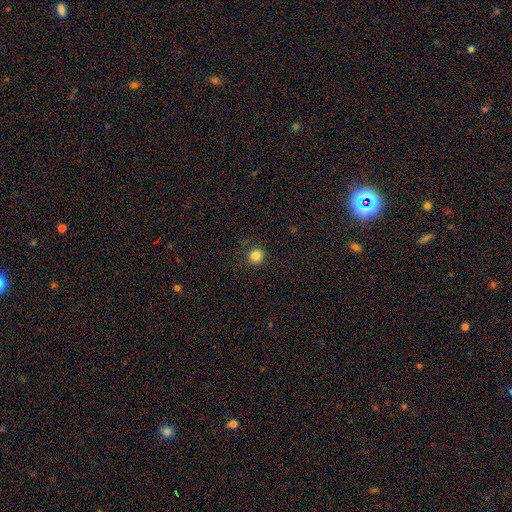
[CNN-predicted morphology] Smooth or featured? smooth (83%)
How rounded? round (93%)
Merging? none (84%)